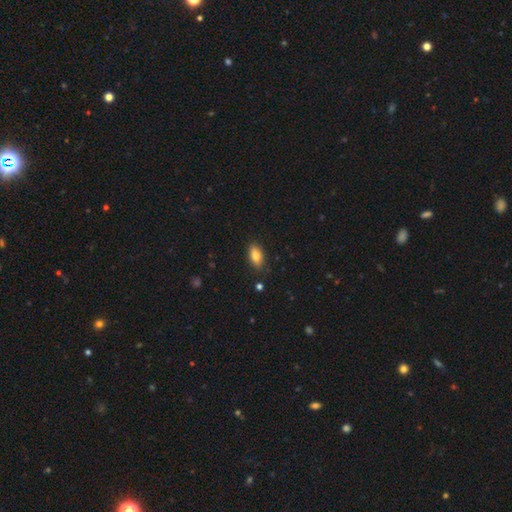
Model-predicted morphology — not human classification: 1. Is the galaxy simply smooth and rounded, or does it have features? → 79% smooth, 13% featured or disk, 8% star or artifact.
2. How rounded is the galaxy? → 86% in between, 9% cigar-shaped, 4% round.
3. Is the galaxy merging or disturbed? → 85% none, 12% minor disturbance, 2% major disturbance, 1% merger.